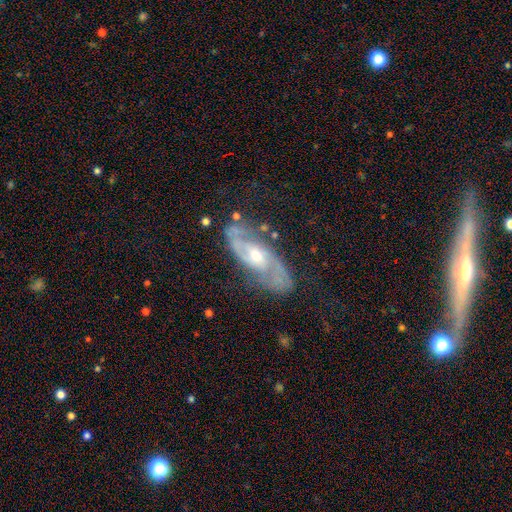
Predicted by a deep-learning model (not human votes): Morphology: type=featured or disk (85%); edge-on=no (91%); bar=no (56%); spiral arms=yes (94%); winding=medium (48%); arm count=2 (85%); bulge=moderate (57%); merging=none (75%).